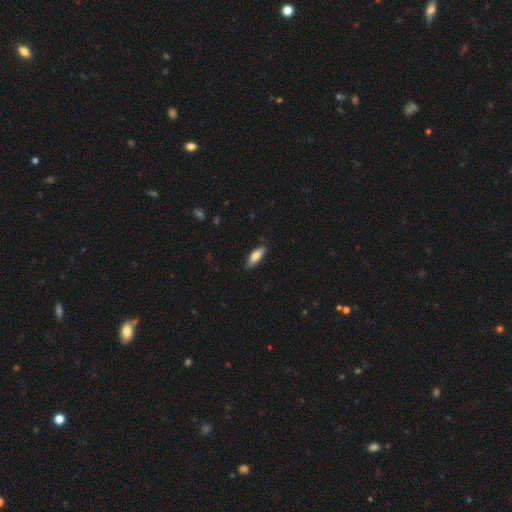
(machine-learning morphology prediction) A smooth galaxy with no disk features (78%) that is in between round and cigar-shaped (59%). Merging: none (85%).